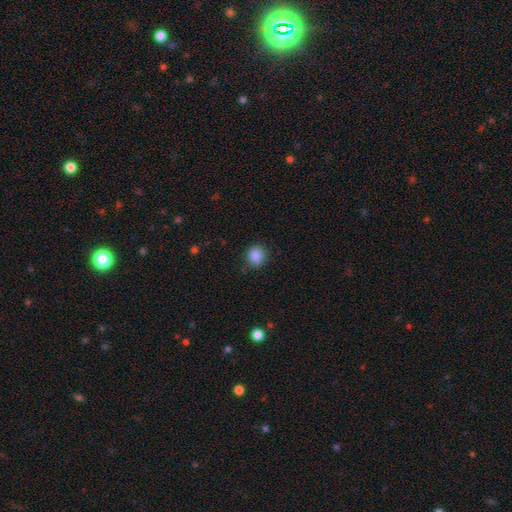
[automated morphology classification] A smooth galaxy with no disk features (87%) that is round (81%). Merging: none (85%).